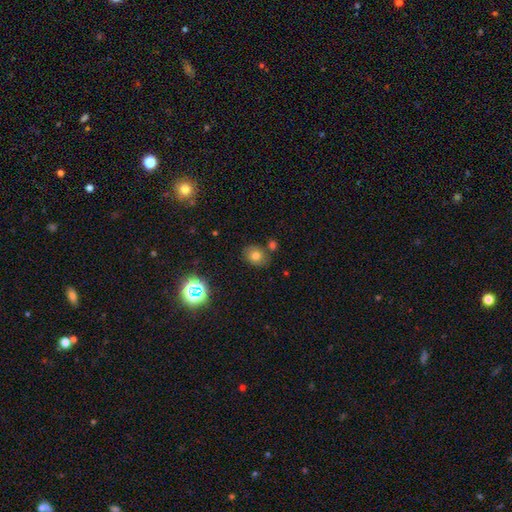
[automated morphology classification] type=smooth (72%); roundness=round (61%); merging=none (73%).